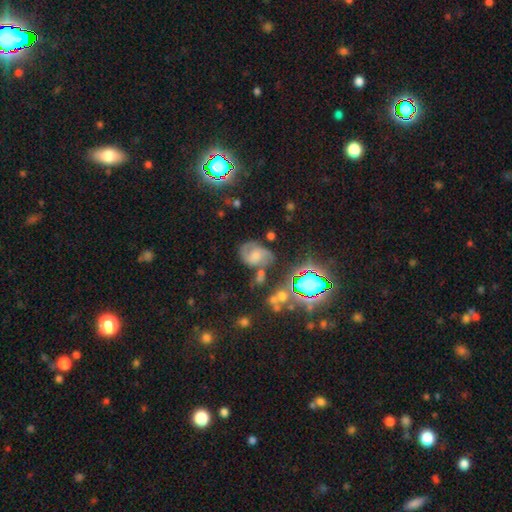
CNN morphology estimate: This is possibly a featured or disk galaxy (57%). It is clearly not viewed edge-on (97%). Bar: possibly no (56%). Spiral arm pattern: clearly yes (85%). Central bulge: marginally moderate (38%). Merging: possibly none (52%).